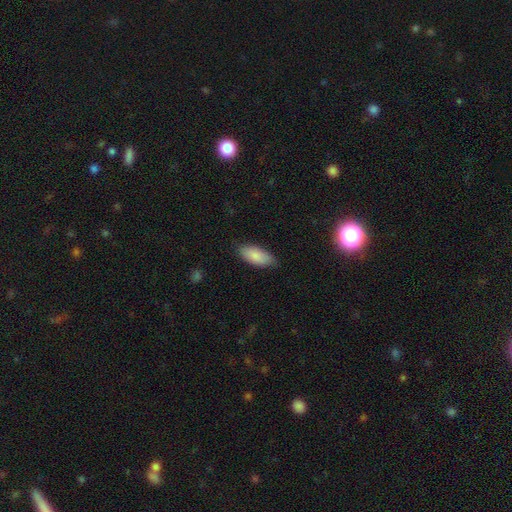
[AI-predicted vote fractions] smooth_or_featured: smooth (p=0.86) [alt: featured or disk p=0.08]
how_rounded: in between (p=0.87) [alt: cigar-shaped p=0.11]
merging: none (p=0.80) [alt: minor disturbance p=0.16]